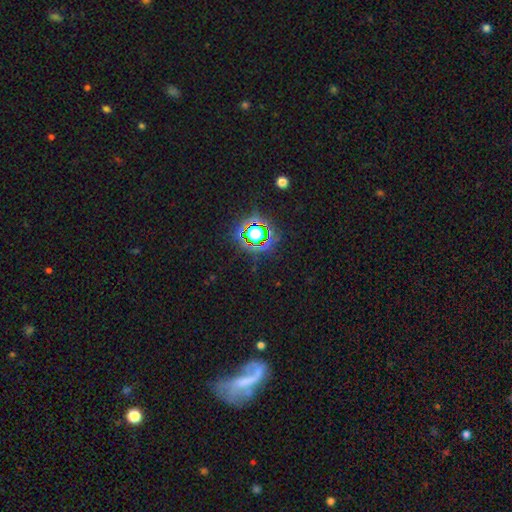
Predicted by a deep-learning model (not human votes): smooth_or_featured: star or artifact (p=0.65) [alt: smooth p=0.19]